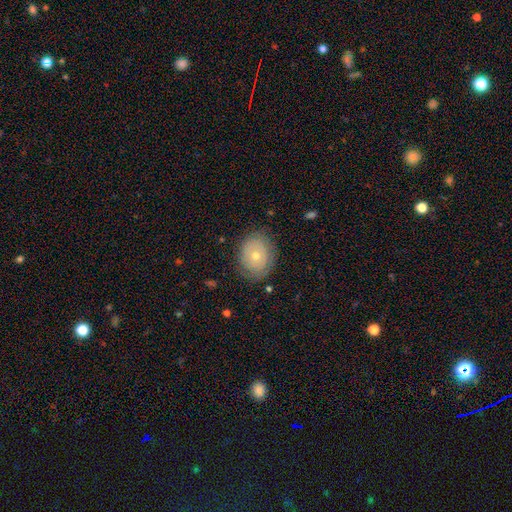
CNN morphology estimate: smooth-or-featured: smooth: 51% | featured or disk: 40% | star or artifact: 9%
  how-rounded: round: 52% | in between: 47% | cigar-shaped: 1%
  merging: none: 81% | minor disturbance: 14% | major disturbance: 4% | merger: 1%